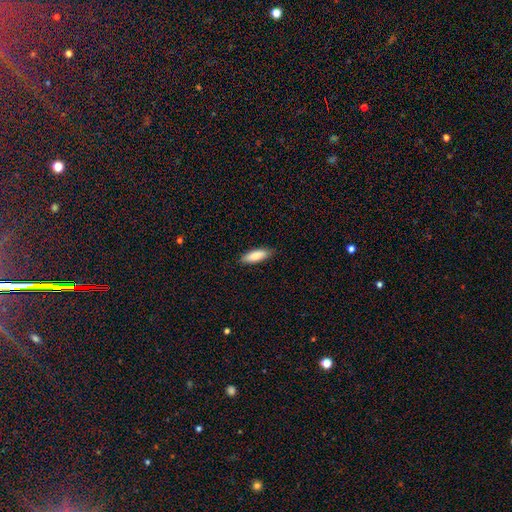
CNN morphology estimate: The model was most divided on "how rounded": in between: 55%, cigar-shaped: 44%, round: 2%. More confident: merging — none (86%); smooth or featured — smooth (85%).